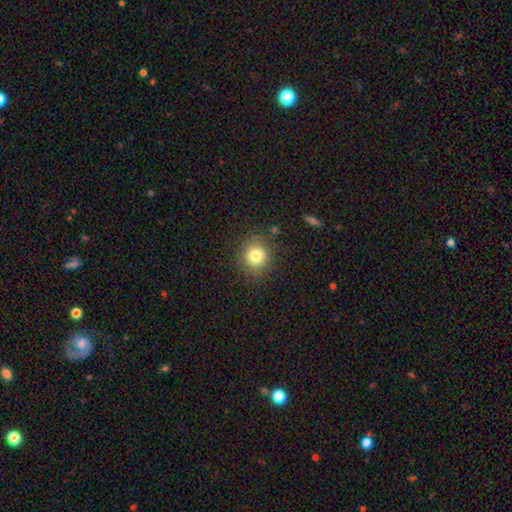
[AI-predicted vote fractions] Smooth or featured: smooth — 79% (star or artifact — 12%)
How rounded: round — 86% (in between — 14%)
Merging: none — 83% (minor disturbance — 11%)